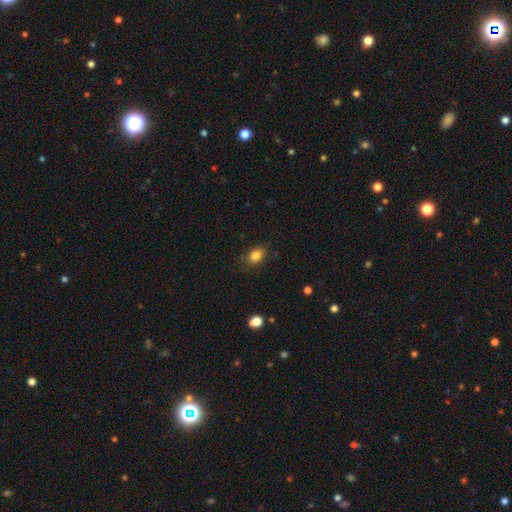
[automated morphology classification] This appears to be a smooth galaxy with no disk features (83%) that is in between round and cigar-shaped (67%). Merging: none (78%).